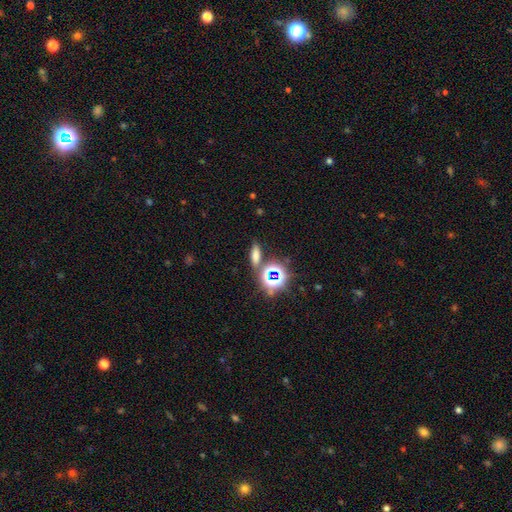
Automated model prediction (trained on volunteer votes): Smooth or featured: smooth — 59% (star or artifact — 29%)
How rounded: in between — 52% (cigar-shaped — 36%)
Merging: none — 75% (merger — 11%)